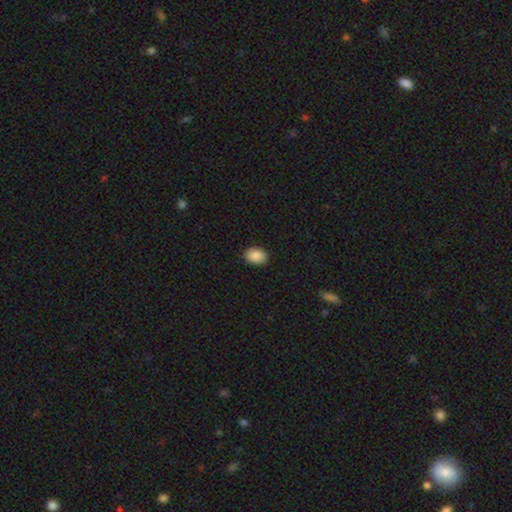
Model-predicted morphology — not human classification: Smooth or featured? smooth (89%)
How rounded? in between (75%)
Merging? none (90%)